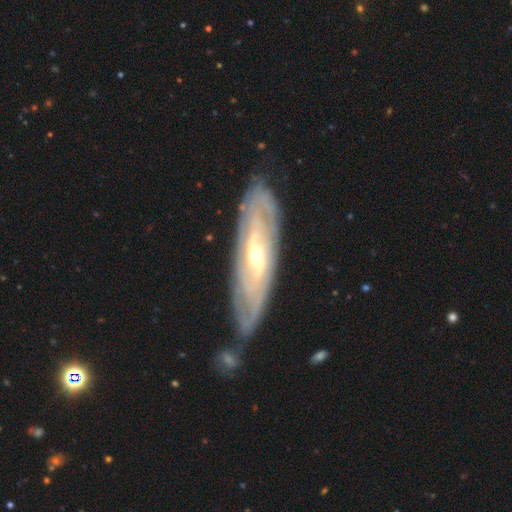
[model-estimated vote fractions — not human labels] Smooth or featured: featured or disk — 83% (smooth — 12%)
Edge-on disk: no — 78% (yes — 22%)
Bar: no — 41% (weak — 39%)
Spiral arms: yes — 85% (no — 15%)
Spiral winding: tight — 78% (medium — 17%)
Spiral arm count: can't tell — 61% (2 — 15%)
Bulge size: small — 50% (moderate — 46%)
Merging: none — 78% (minor disturbance — 14%)